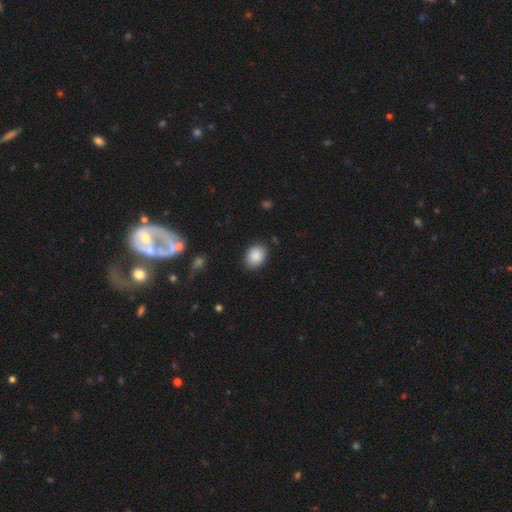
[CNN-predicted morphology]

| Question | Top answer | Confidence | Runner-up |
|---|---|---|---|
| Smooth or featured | smooth | 88% | star or artifact (8%) |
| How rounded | in between | 67% | round (32%) |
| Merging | none | 84% | minor disturbance (12%) |